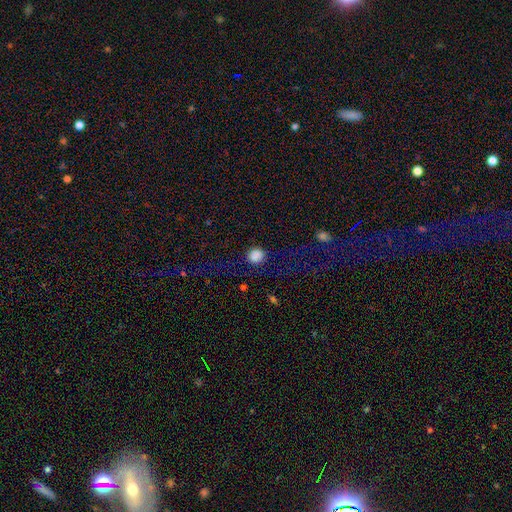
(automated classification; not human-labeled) smooth 86%, star or artifact 11%, featured or disk 3%. Down the decision tree: how rounded — round (86%); merging — none (88%).